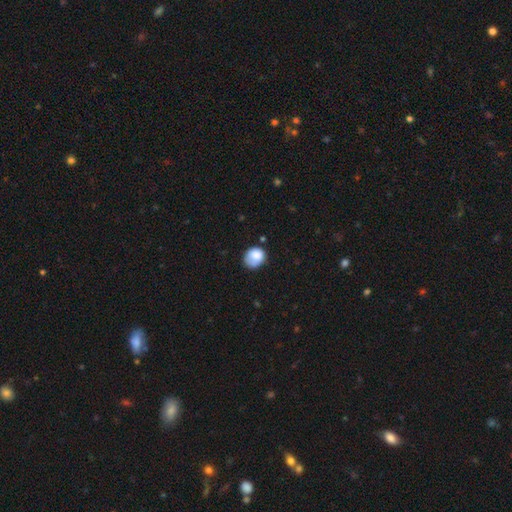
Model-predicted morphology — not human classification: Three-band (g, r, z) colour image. It shows a smooth galaxy with no disk features (82%) that is round (70%). Merging: none (57%).